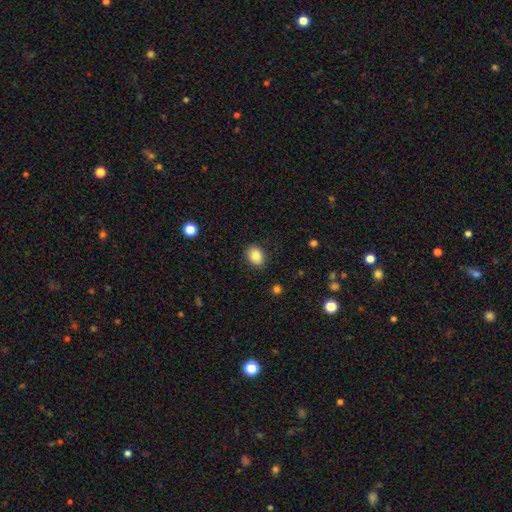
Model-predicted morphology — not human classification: Overall: smooth (85%). How rounded: in between (63%; round 36%). Merging: none (87%).